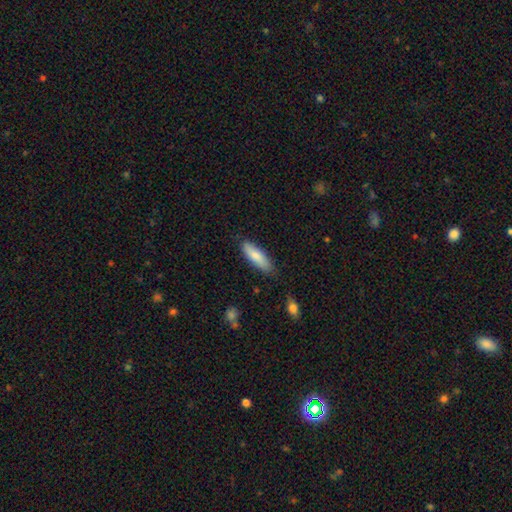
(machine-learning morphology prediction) A smooth galaxy with no disk features (80%) that is in between round and cigar-shaped (50%). Merging: none (81%).